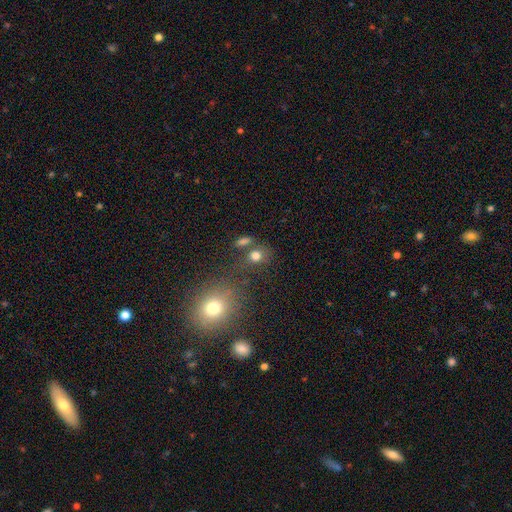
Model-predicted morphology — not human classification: Smooth or featured?
  - smooth: 76% *
  - star or artifact: 15%
  - featured or disk: 9%
How rounded?
  - round: 60% *
  - in between: 38%
  - cigar-shaped: 2%
Merging?
  - none: 61% *
  - merger: 20%
  - minor disturbance: 12%
  - major disturbance: 7%